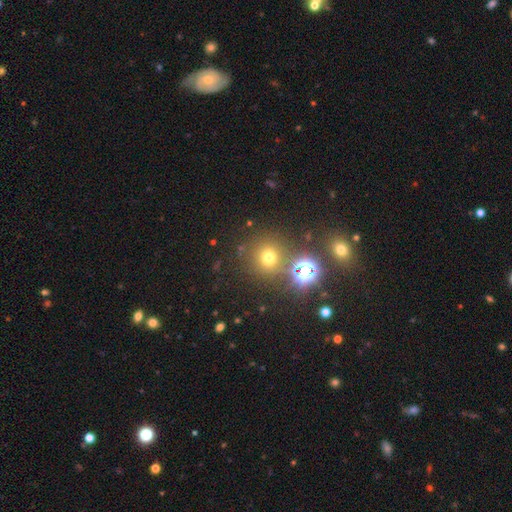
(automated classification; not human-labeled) Smooth or featured? smooth (46%)
Merging? none (73%)